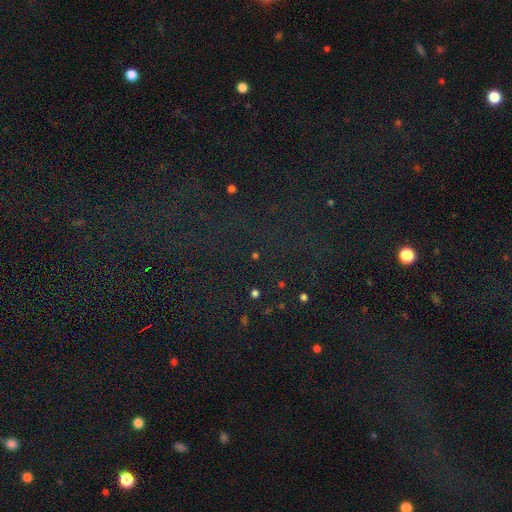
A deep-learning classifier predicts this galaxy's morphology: This appears to be a star or artifact, not a galaxy (75%).